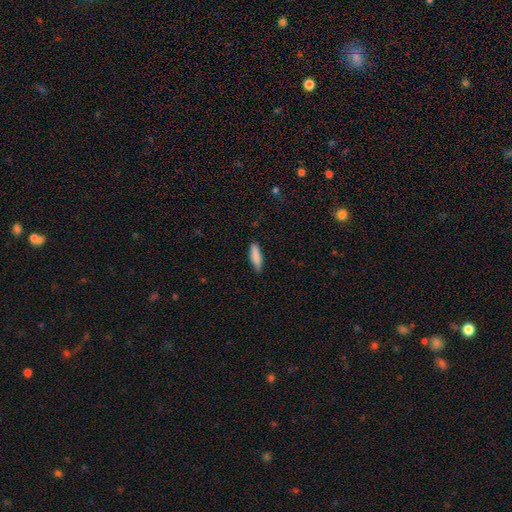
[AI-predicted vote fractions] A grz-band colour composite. It shows a smooth galaxy with no disk features (86%) that is cigar-shaped (70%). Merging: none (86%).